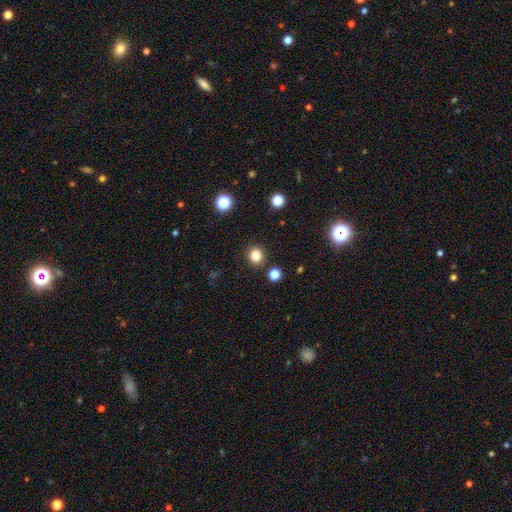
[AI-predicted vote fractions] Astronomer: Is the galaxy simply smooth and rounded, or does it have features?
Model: smooth — 82%.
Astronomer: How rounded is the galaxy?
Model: round — 89%.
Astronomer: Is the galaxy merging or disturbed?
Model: none — 89%.